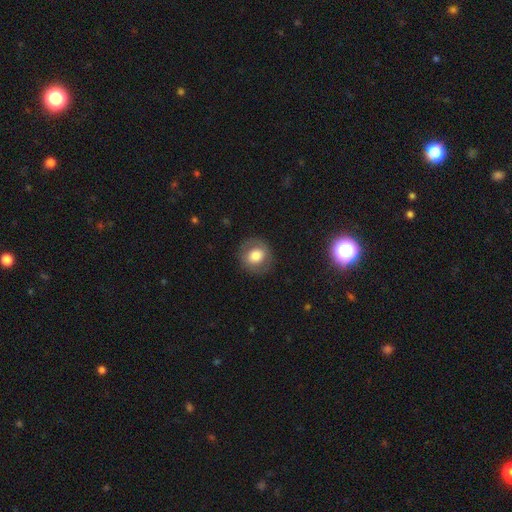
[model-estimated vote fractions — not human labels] Smooth or featured: smooth — 71% (featured or disk — 21%)
How rounded: round — 82% (in between — 17%)
Merging: none — 84% (minor disturbance — 11%)